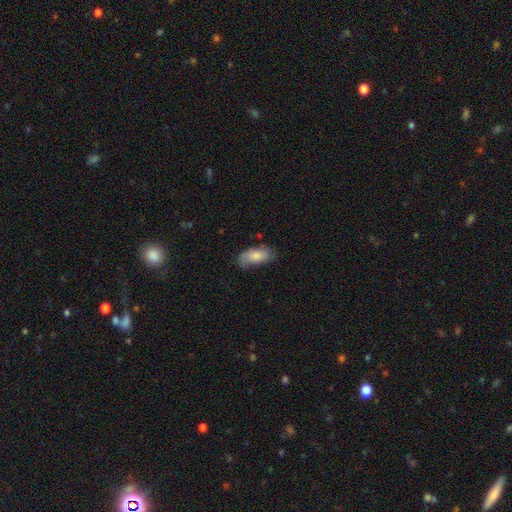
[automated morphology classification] A smooth galaxy with no disk features (75%) that is in between round and cigar-shaped (91%).

Vote fractions:
- Smooth or featured? smooth: 75% / featured or disk: 18% / star or artifact: 6%
- How rounded? in between: 91% / cigar-shaped: 6% / round: 3%
- Merging? none: 62% / minor disturbance: 28% / major disturbance: 8% / merger: 2%